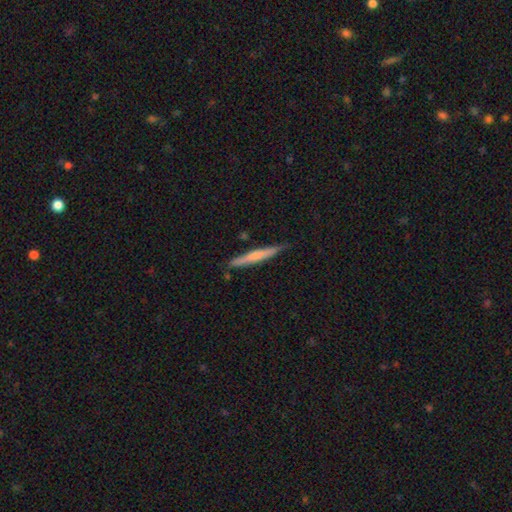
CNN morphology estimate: This appears to be a smooth galaxy with no disk features (54%) that is cigar-shaped (96%). Merging: none (84%).